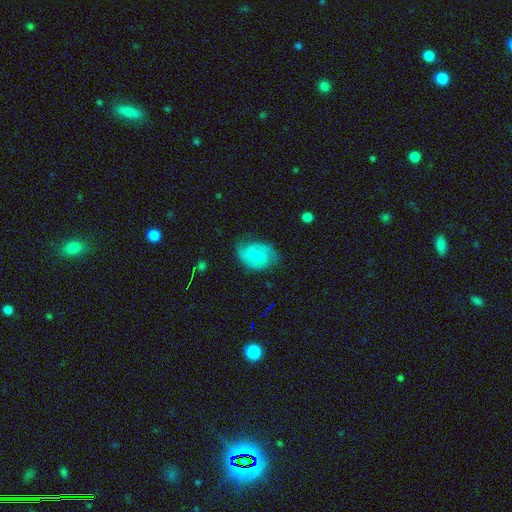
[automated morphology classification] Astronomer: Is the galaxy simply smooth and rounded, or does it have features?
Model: featured or disk — 64%.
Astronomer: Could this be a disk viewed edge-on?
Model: no — 97%.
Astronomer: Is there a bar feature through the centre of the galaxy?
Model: weak — 54% (runner-up: no, 31%).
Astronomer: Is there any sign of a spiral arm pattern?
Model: yes — 91%.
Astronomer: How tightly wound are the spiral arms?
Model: medium — 48% (runner-up: tight, 36%).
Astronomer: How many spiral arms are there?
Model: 2 — 79%.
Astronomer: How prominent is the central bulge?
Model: small — 39% (runner-up: none, 28%).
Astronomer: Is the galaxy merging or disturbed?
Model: none — 71%.